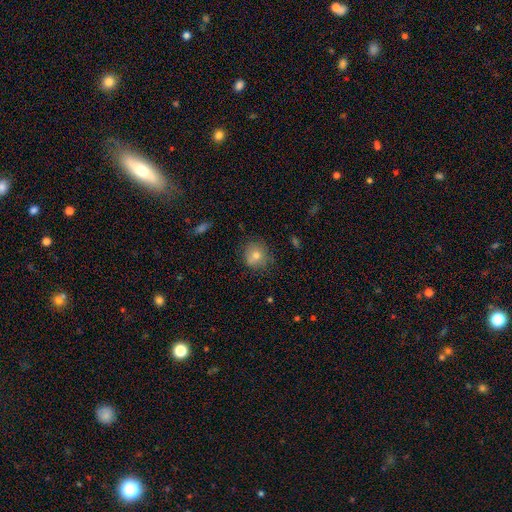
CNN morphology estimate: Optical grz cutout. It shows a smooth galaxy with no disk features (73%) that is round (86%). Merging: none (74%).